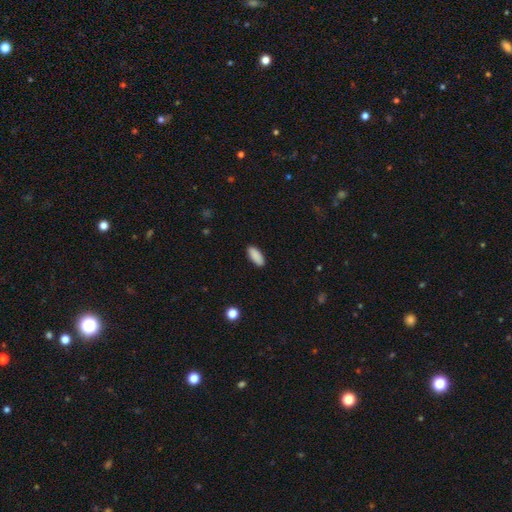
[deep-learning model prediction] Morphology: type=smooth (90%); roundness=in between (83%); merging=none (89%).